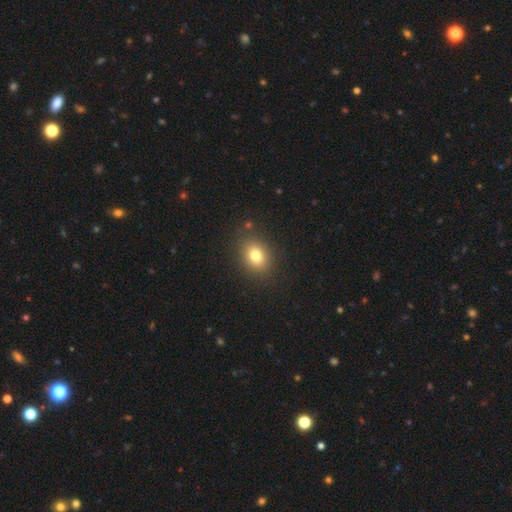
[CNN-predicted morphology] Smooth or featured: smooth — 78% (star or artifact — 12%)
How rounded: in between — 55% (round — 44%)
Merging: none — 85% (minor disturbance — 9%)